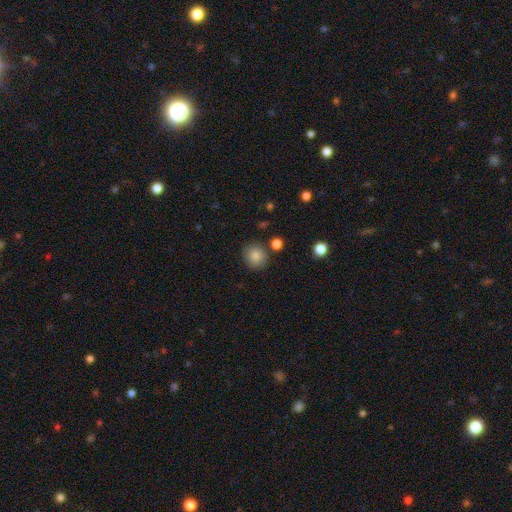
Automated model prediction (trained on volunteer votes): Smooth or featured?
  - smooth: 85% *
  - star or artifact: 10%
  - featured or disk: 5%
How rounded?
  - round: 86% *
  - in between: 13%
  - cigar-shaped: 1%
Merging?
  - none: 84% *
  - minor disturbance: 9%
  - merger: 4%
  - major disturbance: 3%